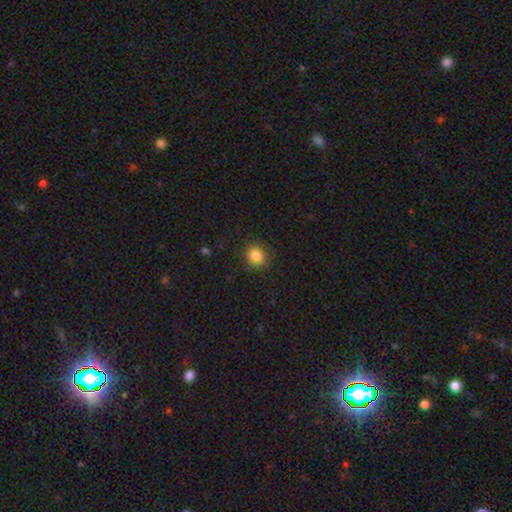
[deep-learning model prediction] smooth-or-featured: smooth: 85% | star or artifact: 11% | featured or disk: 5%
  how-rounded: round: 78% | in between: 21% | cigar-shaped: 1%
  merging: none: 89% | minor disturbance: 8% | major disturbance: 3% | merger: 1%